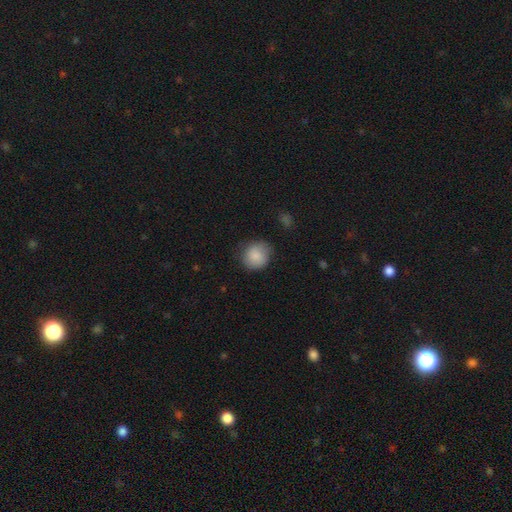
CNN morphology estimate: Smooth or featured? smooth (85%)
How rounded? round (82%)
Merging? none (75%)